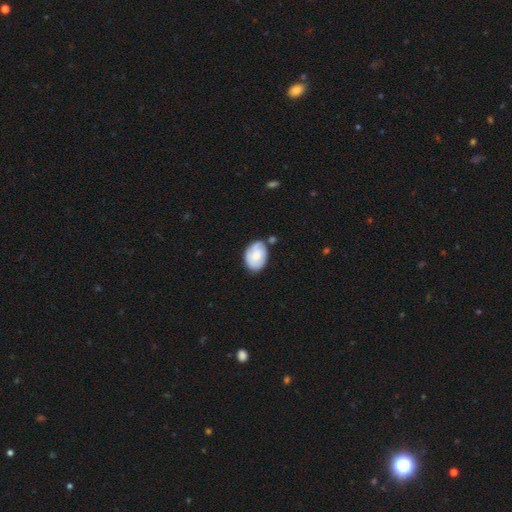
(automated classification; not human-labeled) Overall: smooth (64%; featured or disk 29%). How rounded: in between (80%). Merging: none (55%; minor disturbance 28%).